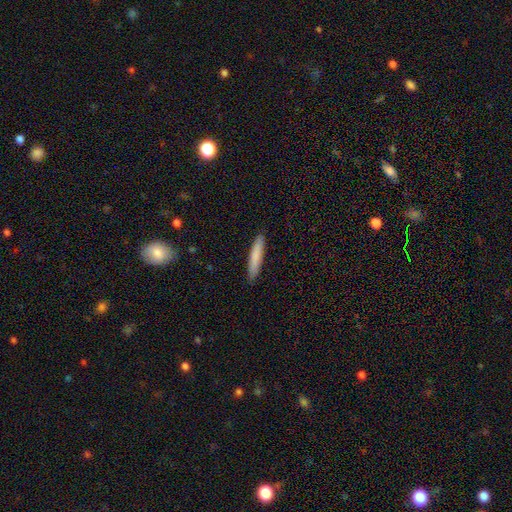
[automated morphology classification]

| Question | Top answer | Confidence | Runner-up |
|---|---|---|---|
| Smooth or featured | smooth | 82% | featured or disk (12%) |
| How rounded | cigar-shaped | 90% | in between (9%) |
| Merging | none | 90% | minor disturbance (7%) |